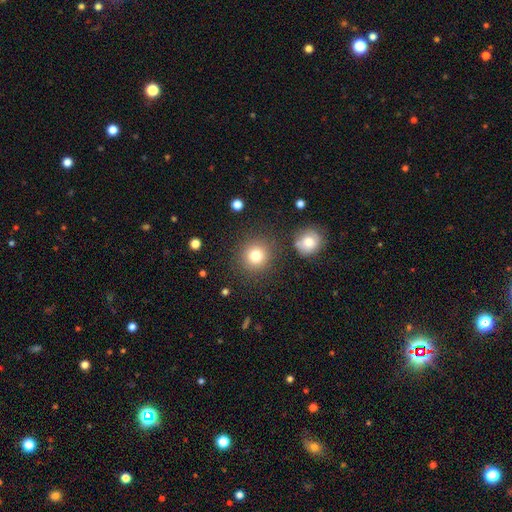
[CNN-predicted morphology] The model was most divided on "smooth or featured": smooth: 79%, star or artifact: 13%, featured or disk: 8%. More confident: how rounded — round (92%); merging — none (84%).